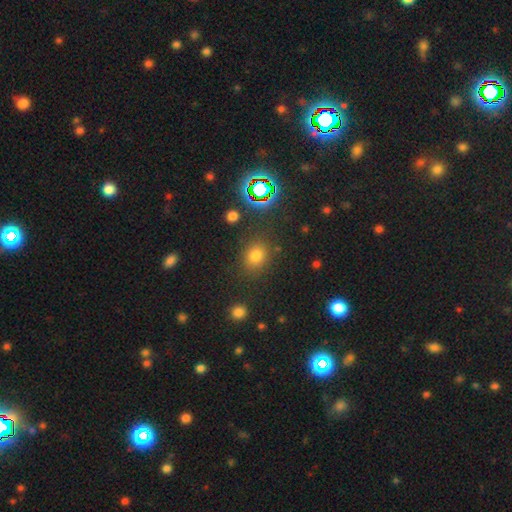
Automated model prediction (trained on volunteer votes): Smooth or featured? Predicted: smooth (p=0.70). How rounded? Predicted: round (p=0.64). Merging? Predicted: none (p=0.82).